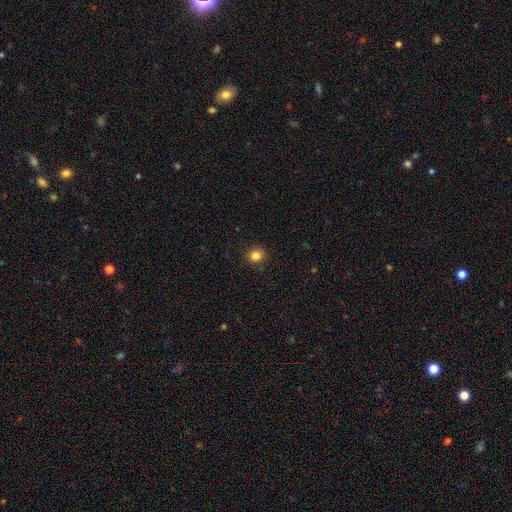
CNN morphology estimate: type=smooth (84%); roundness=round (76%); merging=none (89%).